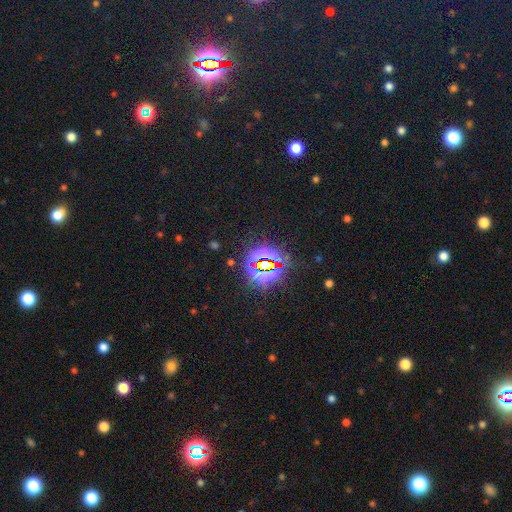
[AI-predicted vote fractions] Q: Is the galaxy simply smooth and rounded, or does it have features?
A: star or artifact — 83%.